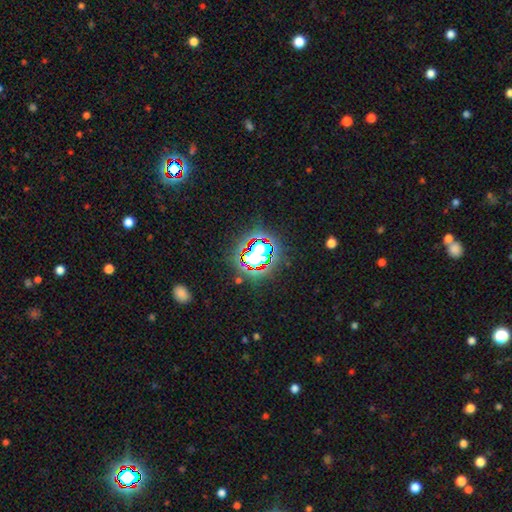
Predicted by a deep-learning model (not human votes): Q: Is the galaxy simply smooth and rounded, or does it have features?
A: star or artifact — 63%.